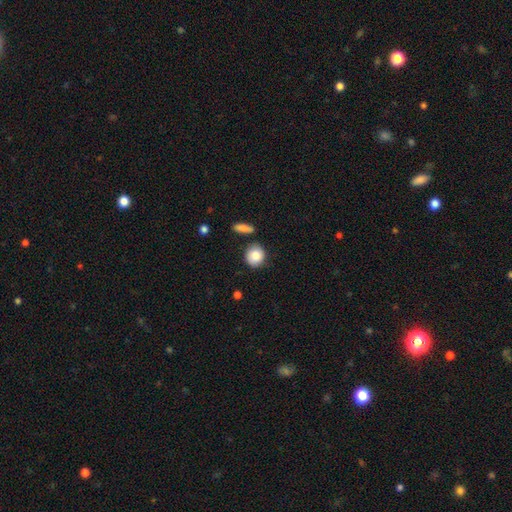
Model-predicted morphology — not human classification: A smooth galaxy with no disk features (85%) that is round (81%).

Vote fractions:
- Smooth or featured? smooth: 85% / featured or disk: 8% / star or artifact: 7%
- How rounded? round: 81% / in between: 18% / cigar-shaped: 1%
- Merging? none: 74% / minor disturbance: 16% / merger: 6% / major disturbance: 4%